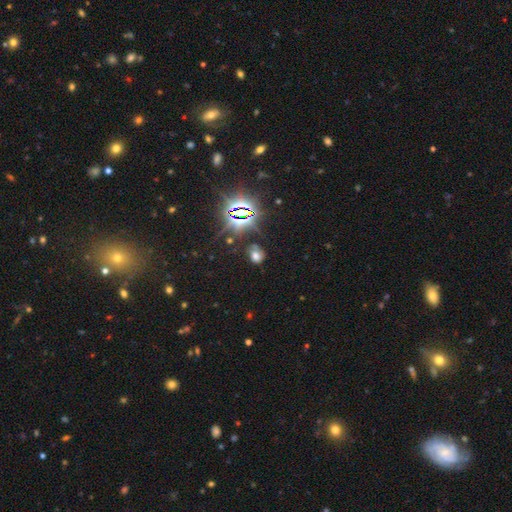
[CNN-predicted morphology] smooth 50%, star or artifact 38%, featured or disk 12%. Down the decision tree: how rounded — in between (56%); merging — none (67%).